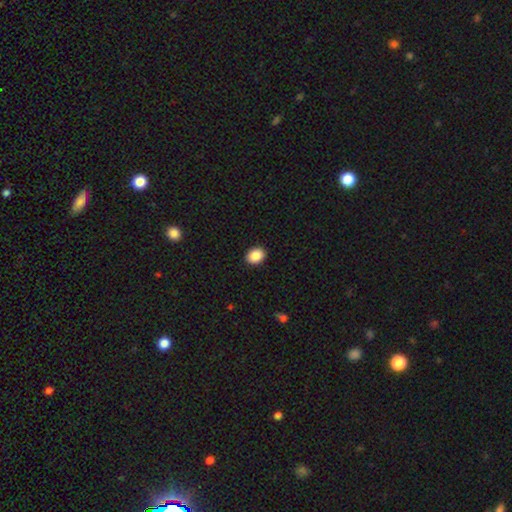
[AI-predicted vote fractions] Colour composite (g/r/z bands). It shows a smooth galaxy with no disk features (87%) that is in between round and cigar-shaped (59%). Merging: none (91%).